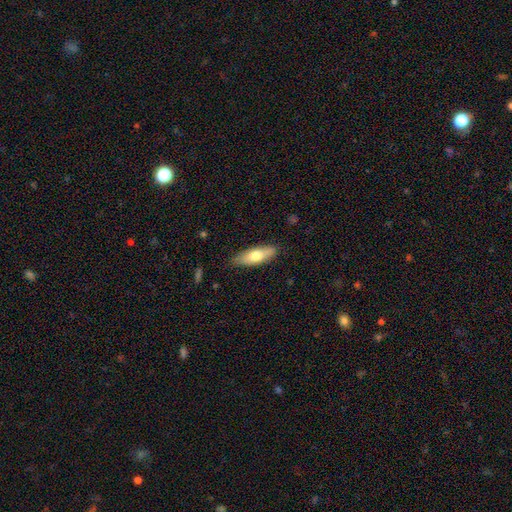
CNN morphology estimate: Smooth or featured? smooth (67%)
How rounded? in between (58%)
Merging? none (85%)